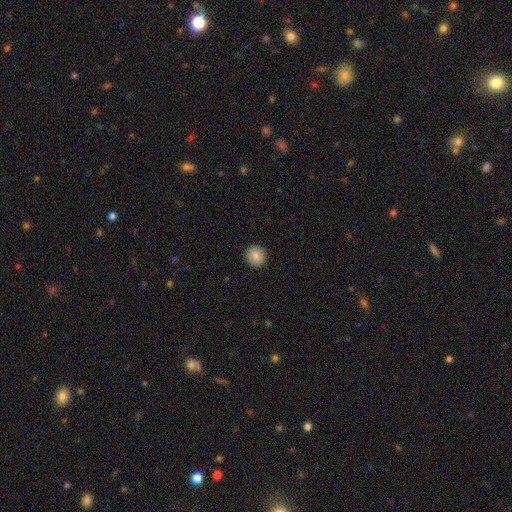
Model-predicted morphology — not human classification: Overall: smooth (84%). How rounded: round (92%). Merging: none (91%).